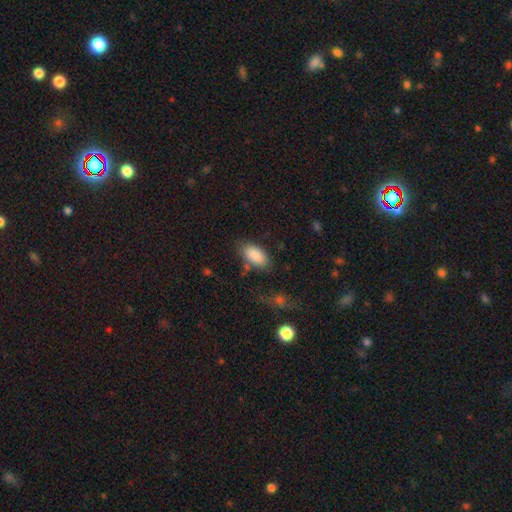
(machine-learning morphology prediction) This appears to be a smooth galaxy with no disk features (88%) that is in between round and cigar-shaped (94%). Merging: none (75%).